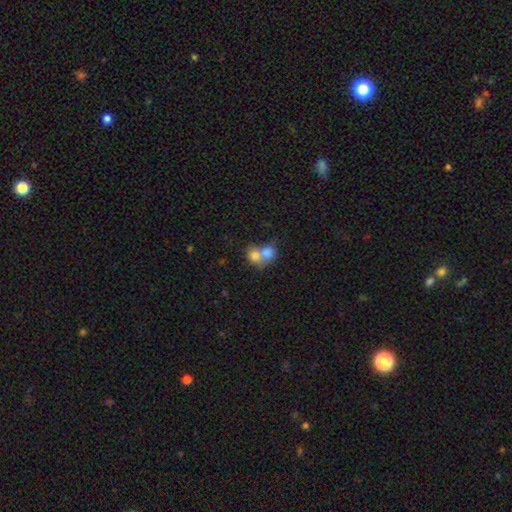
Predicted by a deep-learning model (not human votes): The model was most divided on "how rounded": round: 62%, in between: 37%, cigar-shaped: 1%. More confident: smooth or featured — smooth (75%); merging — merger (73%).